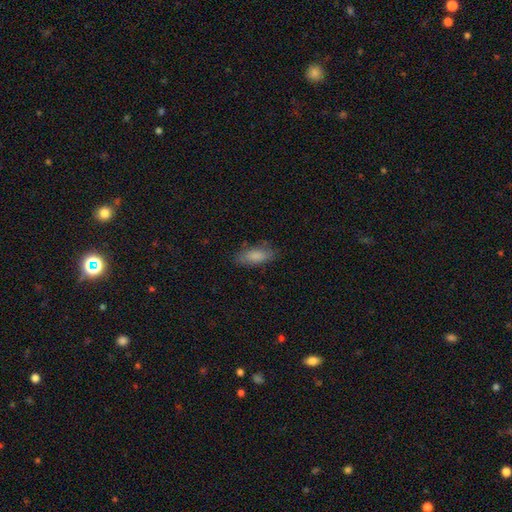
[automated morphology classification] Smooth or featured? smooth (84%)
How rounded? in between (78%)
Merging? none (78%)